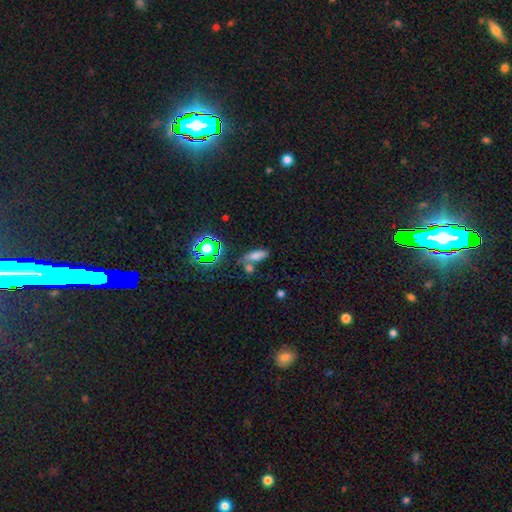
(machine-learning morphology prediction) smooth-or-featured: smooth: 68% | star or artifact: 22% | featured or disk: 10%
  how-rounded: in between: 60% | cigar-shaped: 33% | round: 7%
  merging: none: 56% | merger: 25% | minor disturbance: 13% | major disturbance: 6%